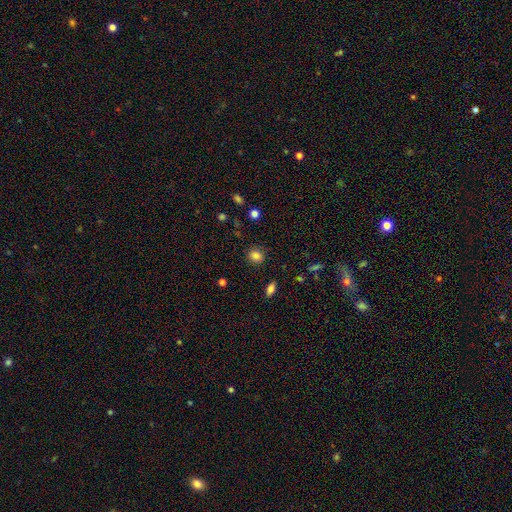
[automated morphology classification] Smooth or featured: smooth — 84% (star or artifact — 11%)
How rounded: round — 71% (in between — 28%)
Merging: none — 87% (minor disturbance — 9%)